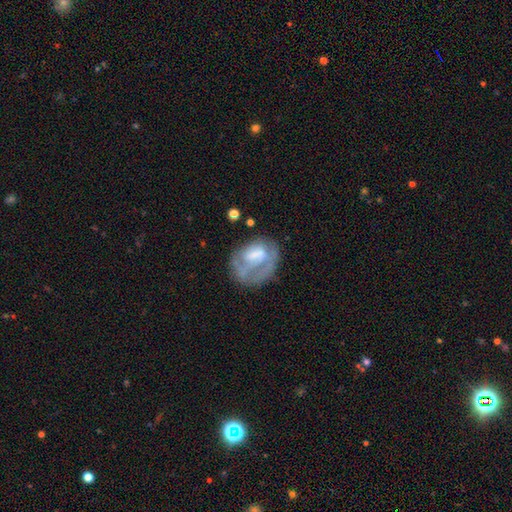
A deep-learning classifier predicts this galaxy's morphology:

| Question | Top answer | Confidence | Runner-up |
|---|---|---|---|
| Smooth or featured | featured or disk | 52% | smooth (40%) |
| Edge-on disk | no | 96% | yes (4%) |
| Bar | no | 58% | weak (31%) |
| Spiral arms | no | 59% | yes (41%) |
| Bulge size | none | 32% | moderate (29%) |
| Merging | none | 42% | major disturbance (30%) |